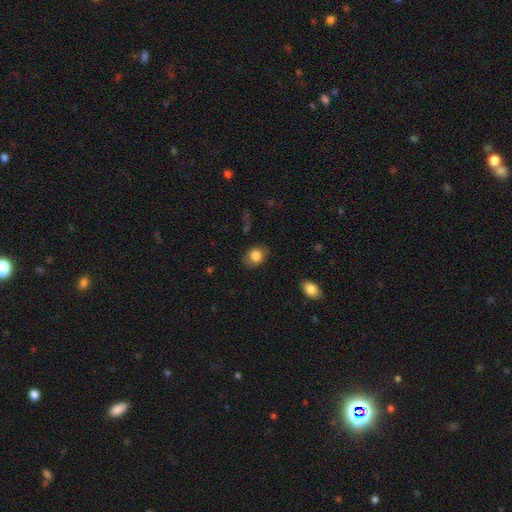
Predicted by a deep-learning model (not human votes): A smooth galaxy with no disk features (83%) that is in between round and cigar-shaped (58%). Merging: none (79%).